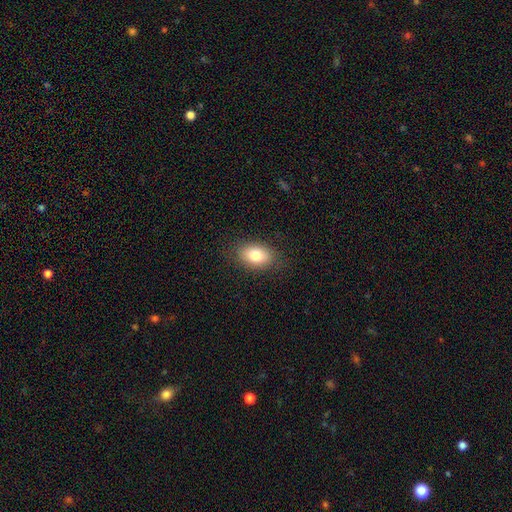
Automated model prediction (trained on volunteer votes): smooth-or-featured: smooth: 80% | featured or disk: 12% | star or artifact: 9%
  how-rounded: in between: 86% | round: 13% | cigar-shaped: 2%
  merging: none: 85% | minor disturbance: 11% | major disturbance: 3% | merger: 1%